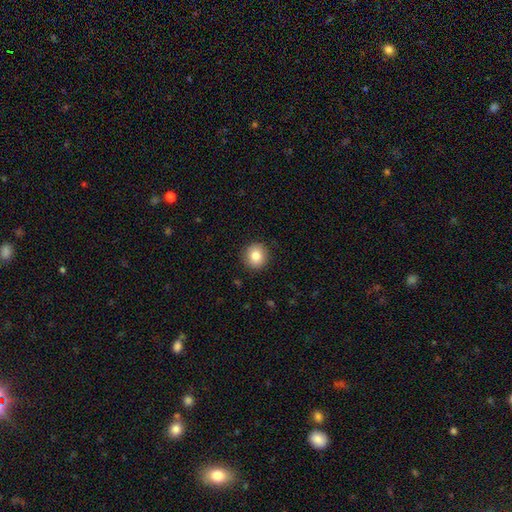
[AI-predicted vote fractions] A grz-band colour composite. It shows a smooth galaxy with no disk features (84%) that is round (91%). Merging: none (91%).